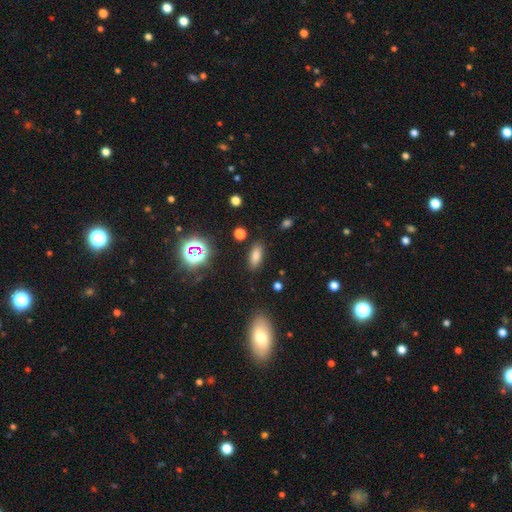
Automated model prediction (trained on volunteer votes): Overall: smooth (77%). How rounded: in between (80%). Merging: none (86%).